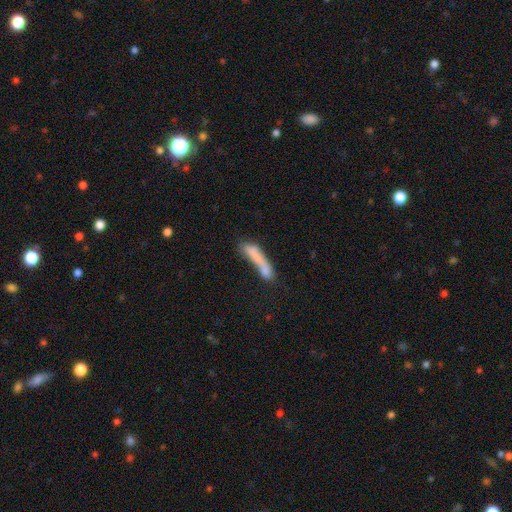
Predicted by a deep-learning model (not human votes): A smooth galaxy with no disk features (71%) that is cigar-shaped (80%). Merging: merger (34%).